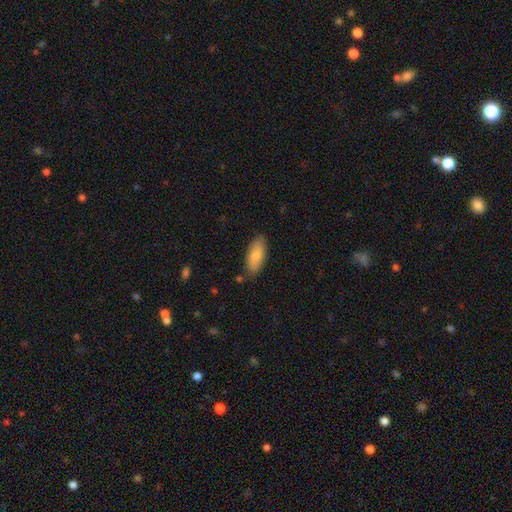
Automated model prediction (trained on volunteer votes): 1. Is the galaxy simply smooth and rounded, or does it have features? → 80% smooth, 14% featured or disk, 6% star or artifact.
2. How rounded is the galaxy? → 85% in between, 13% cigar-shaped, 2% round.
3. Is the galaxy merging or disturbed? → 81% none, 14% minor disturbance, 3% major disturbance, 2% merger.